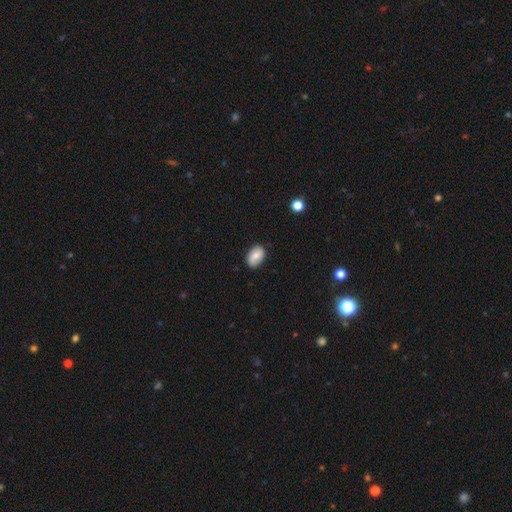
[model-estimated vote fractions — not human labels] Smooth or featured? smooth (77%)
How rounded? in between (87%)
Merging? none (83%)